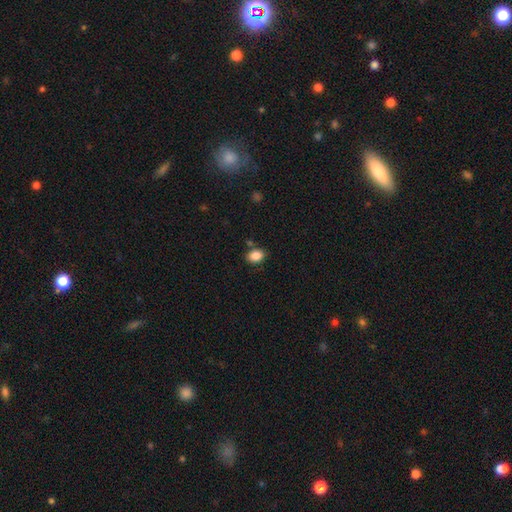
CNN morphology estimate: Overall: smooth (87%). How rounded: in between (73%). Merging: none (79%).